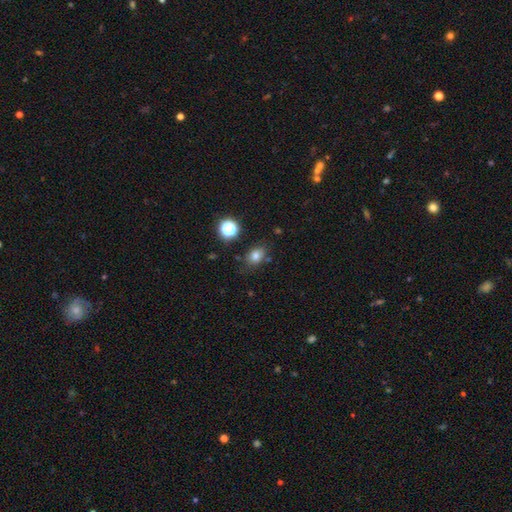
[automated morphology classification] Smooth or featured?
  - smooth: 77% *
  - star or artifact: 14%
  - featured or disk: 9%
How rounded?
  - in between: 66% *
  - round: 33%
  - cigar-shaped: 1%
Merging?
  - none: 74% *
  - minor disturbance: 17%
  - merger: 5%
  - major disturbance: 4%